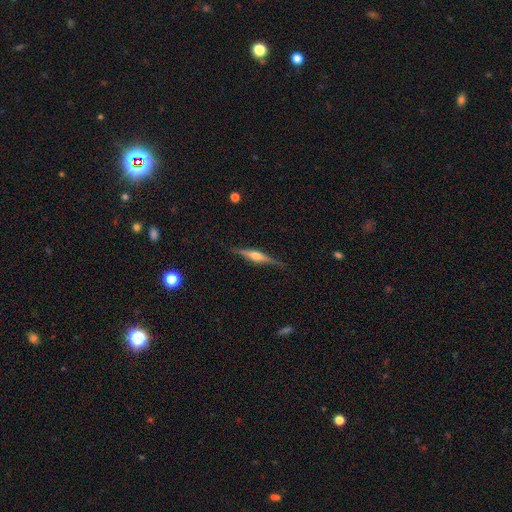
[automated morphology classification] smooth_or_featured: featured or disk (p=0.75) [alt: smooth p=0.19]
disk_edge_on: yes (p=0.98) [alt: no p=0.02]
edge_on_bulge: rounded (p=0.87) [alt: boxy p=0.09]
merging: none (p=0.87) [alt: minor disturbance p=0.10]